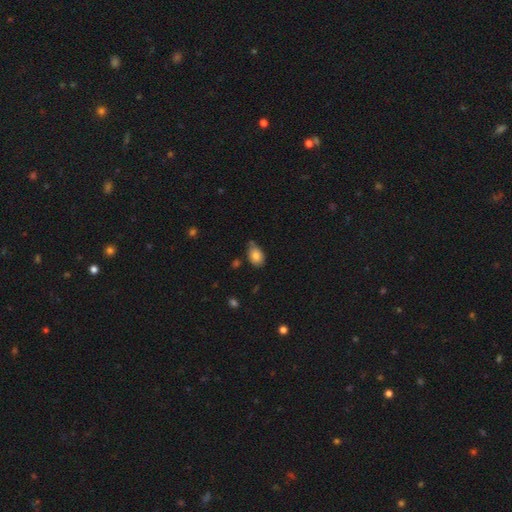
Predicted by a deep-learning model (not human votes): Smooth or featured?
  - smooth: 81% *
  - featured or disk: 10%
  - star or artifact: 9%
How rounded?
  - in between: 82% *
  - round: 17%
  - cigar-shaped: 1%
Merging?
  - none: 62% *
  - minor disturbance: 28%
  - merger: 5%
  - major disturbance: 5%